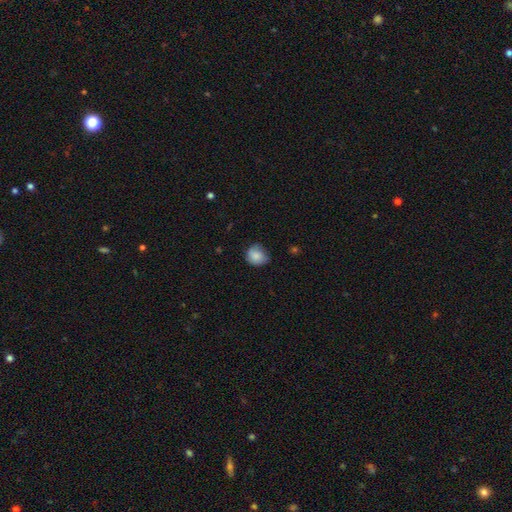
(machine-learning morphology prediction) This appears to be a smooth galaxy with no disk features (82%) that is round (68%). Merging: none (57%).